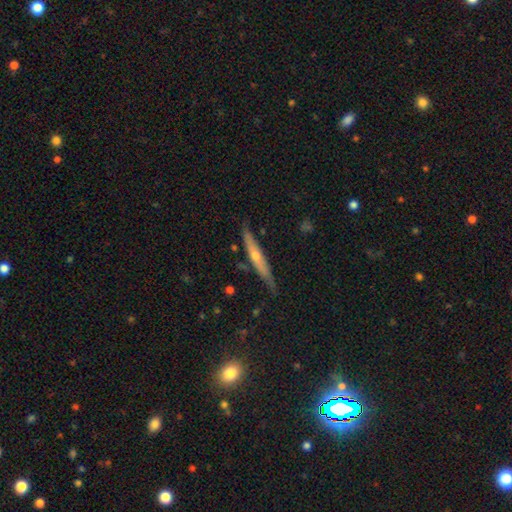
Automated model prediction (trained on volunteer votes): A featured or disk galaxy (58%) viewed edge-on (93%) with a rounded central bulge (72%).

Vote fractions:
- Smooth or featured? featured or disk: 58% / smooth: 36% / star or artifact: 6%
- Edge-on disk? yes: 93% / no: 7%
- Edge-on bulge? rounded: 72% / none: 24% / boxy: 4%
- Merging? none: 80% / minor disturbance: 15% / major disturbance: 2% / merger: 2%